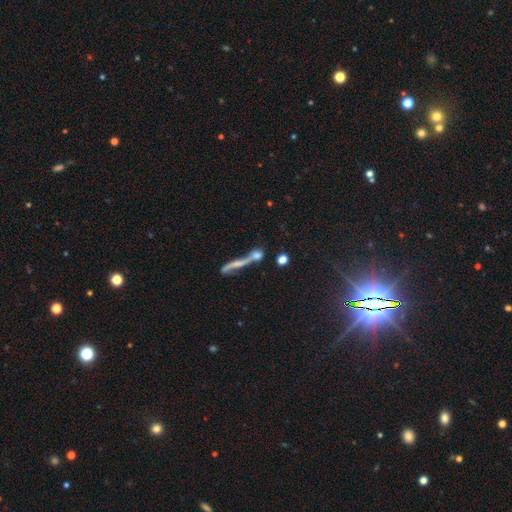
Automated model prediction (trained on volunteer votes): Smooth or featured? smooth (45%)
Merging? merger (43%)